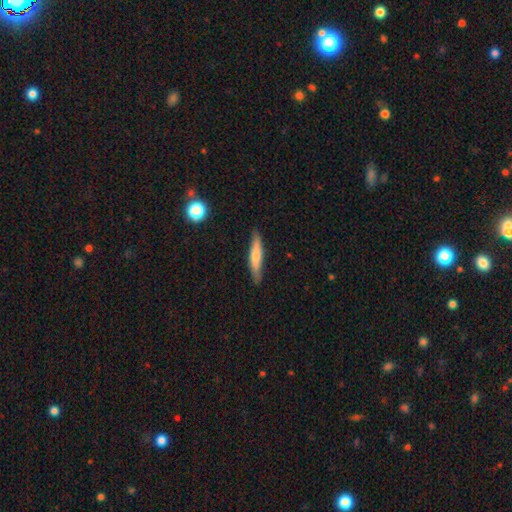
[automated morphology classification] This appears to be a smooth galaxy with no disk features (65%) that is cigar-shaped (85%). Merging: none (83%).